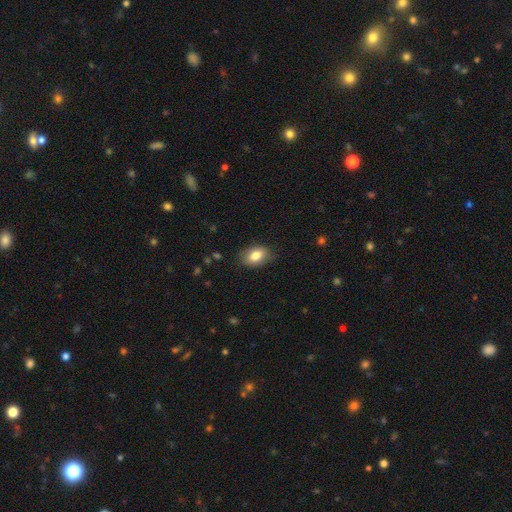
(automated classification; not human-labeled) Q: Smooth or featured?
A: smooth (81%); runner-up: featured or disk (11%)
Q: How rounded?
A: in between (84%); runner-up: round (14%)
Q: Merging?
A: none (80%); runner-up: minor disturbance (16%)